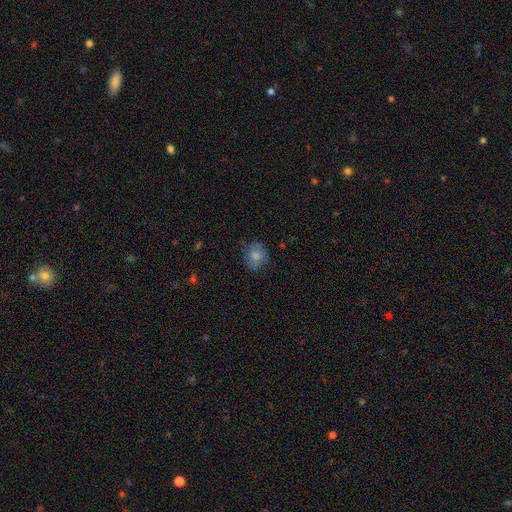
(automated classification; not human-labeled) This appears to be a smooth galaxy with no disk features (79%) that is round (71%). Merging: none (72%).